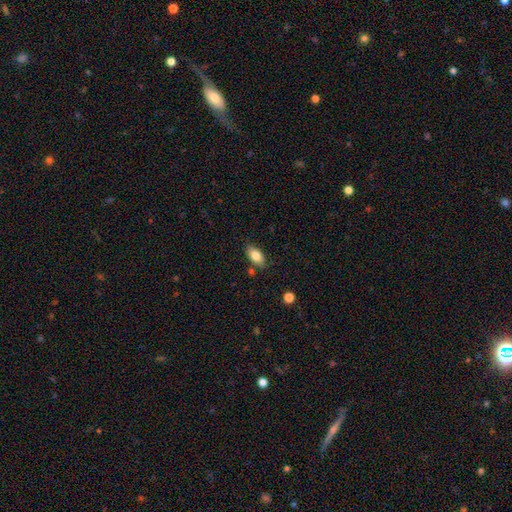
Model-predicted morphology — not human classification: This is clearly a smooth galaxy (83%). How rounded: clearly in between (91%). Merging: clearly none (81%).